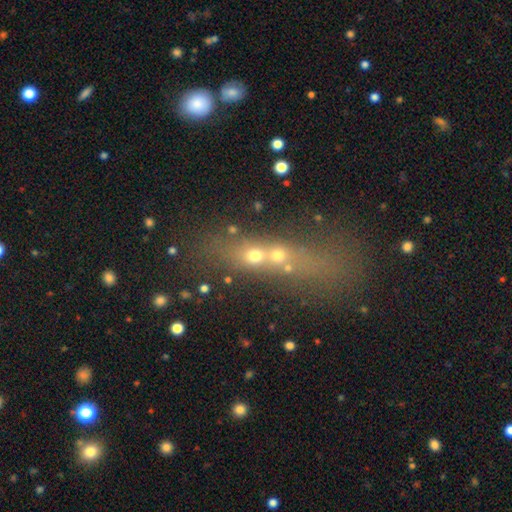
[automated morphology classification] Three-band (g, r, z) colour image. It shows a smooth galaxy with no disk features (43%). Merging: merger (56%).